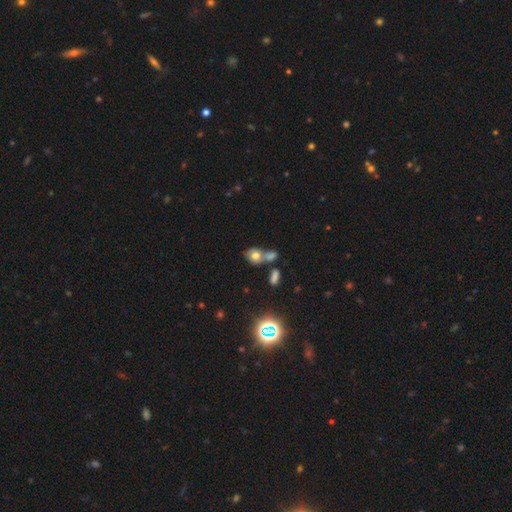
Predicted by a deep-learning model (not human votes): This appears to be a smooth galaxy with no disk features (63%) that is round (49%, tied with in between). Merging: merger (49%).